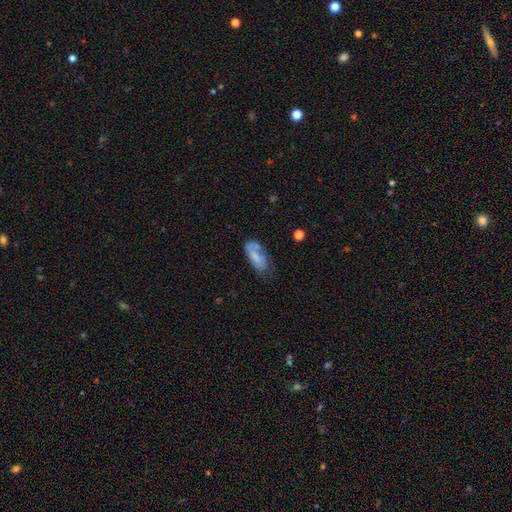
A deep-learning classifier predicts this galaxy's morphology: Smooth or featured? Predicted: smooth (p=0.64). How rounded? Predicted: in between (p=0.80). Merging? Predicted: none (p=0.41).